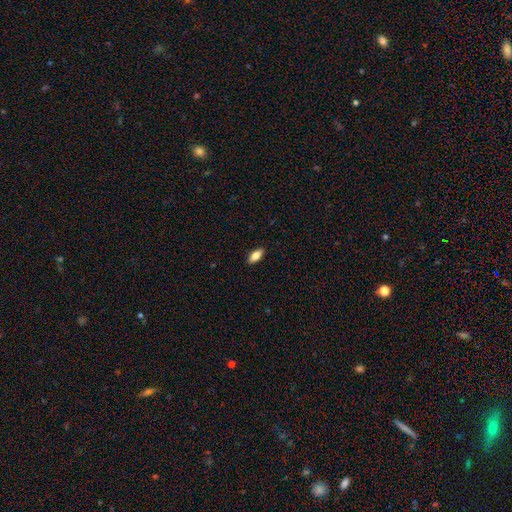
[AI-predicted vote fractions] The model was most divided on "smooth or featured": smooth: 81%, featured or disk: 13%, star or artifact: 7%. More confident: merging — none (90%); how rounded — in between (83%).